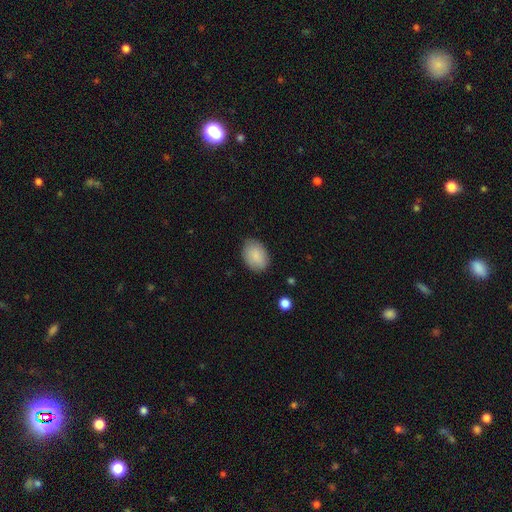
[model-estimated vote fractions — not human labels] Smooth or featured? smooth (87%)
How rounded? in between (82%)
Merging? none (81%)